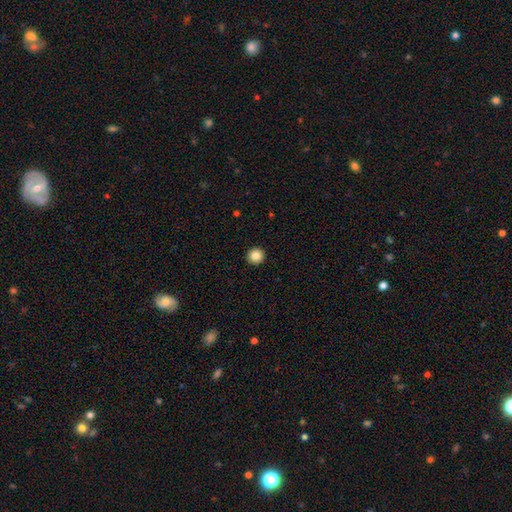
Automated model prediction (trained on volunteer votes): Smooth or featured? Predicted: smooth (p=0.85). How rounded? Predicted: round (p=0.95). Merging? Predicted: none (p=0.93).